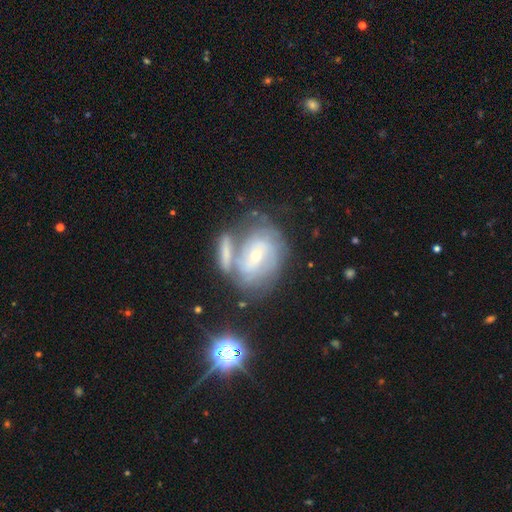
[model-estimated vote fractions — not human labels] This appears to be a featured or disk galaxy (73%) with no bar (49%), tight (56%) spiral arms (83%) and a small central bulge (66%). Merging: none (39%).